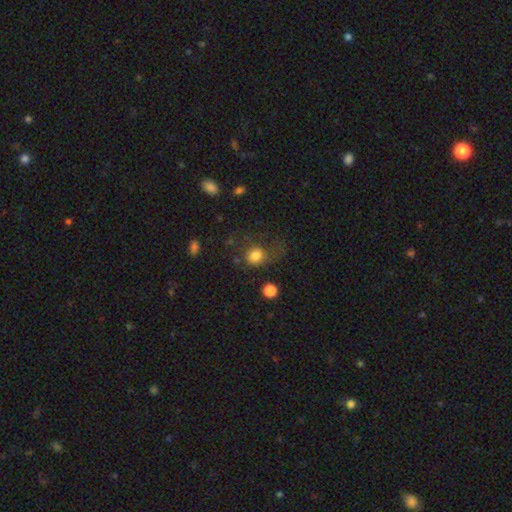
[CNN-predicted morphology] smooth_or_featured: smooth (p=0.79) [alt: star or artifact p=0.11]
how_rounded: round (p=0.73) [alt: in between p=0.26]
merging: none (p=0.45) [alt: major disturbance p=0.29]